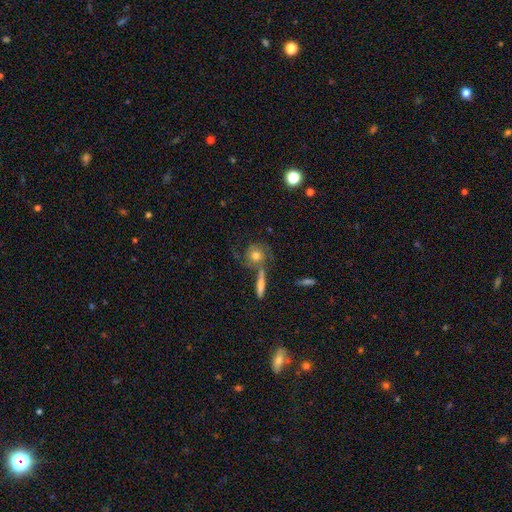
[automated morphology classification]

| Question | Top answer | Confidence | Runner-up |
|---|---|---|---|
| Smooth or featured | smooth | 51% | featured or disk (40%) |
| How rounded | round | 81% | in between (15%) |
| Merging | none | 55% | merger (18%) |